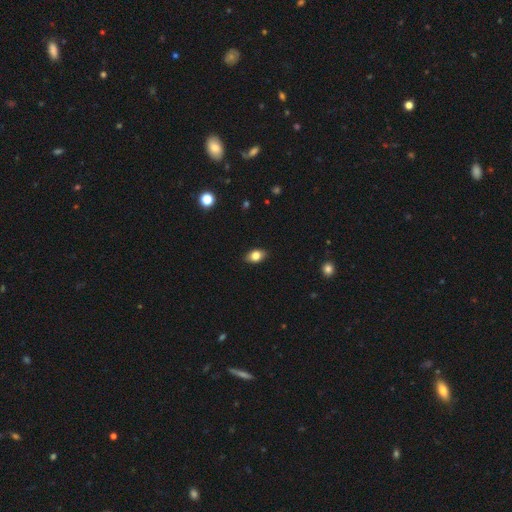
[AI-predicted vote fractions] This appears to be a smooth galaxy with no disk features (82%) that is in between round and cigar-shaped (84%). Merging: none (87%).